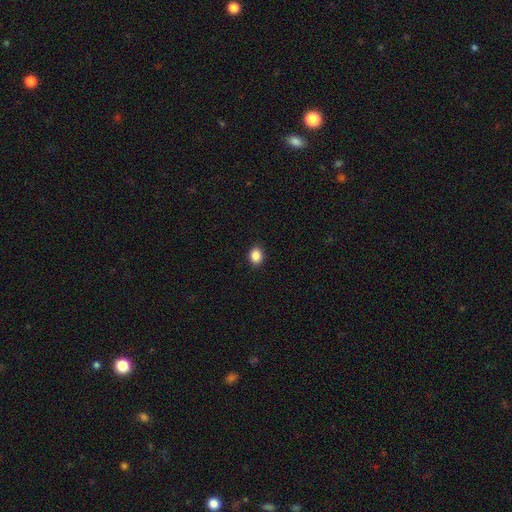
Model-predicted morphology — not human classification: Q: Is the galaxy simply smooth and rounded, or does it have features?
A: smooth — 88%.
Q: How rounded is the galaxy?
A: in between — 52%.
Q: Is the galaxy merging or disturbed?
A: none — 91%.